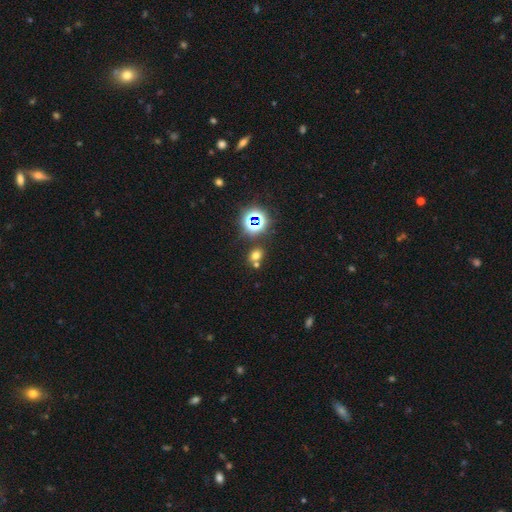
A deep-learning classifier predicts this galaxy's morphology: Q: Smooth or featured?
A: smooth (59%); runner-up: star or artifact (31%)
Q: How rounded?
A: round (57%); runner-up: in between (42%)
Q: Merging?
A: none (60%); runner-up: merger (26%)